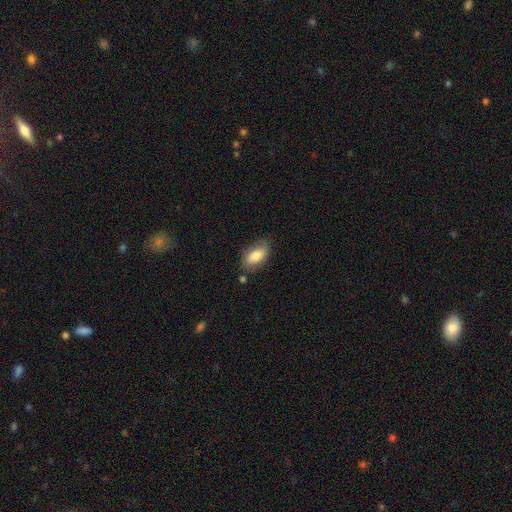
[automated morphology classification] smooth-or-featured: smooth: 76% | featured or disk: 17% | star or artifact: 7%
  how-rounded: in between: 91% | cigar-shaped: 5% | round: 4%
  merging: none: 71% | minor disturbance: 20% | major disturbance: 5% | merger: 4%